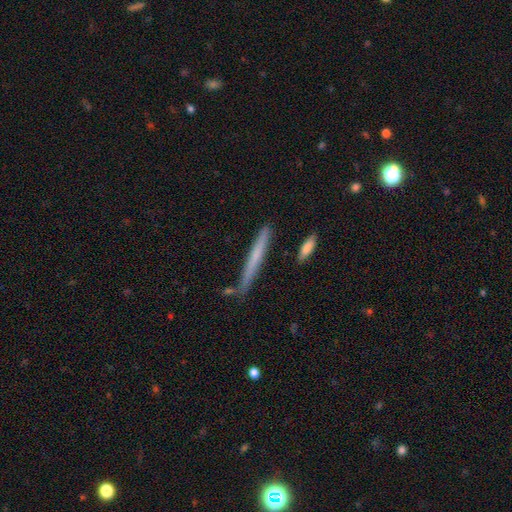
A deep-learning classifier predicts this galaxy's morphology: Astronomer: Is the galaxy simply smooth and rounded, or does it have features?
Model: smooth — 57% (runner-up: featured or disk, 37%).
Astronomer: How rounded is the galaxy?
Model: cigar-shaped — 96%.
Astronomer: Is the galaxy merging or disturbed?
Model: none — 82%.